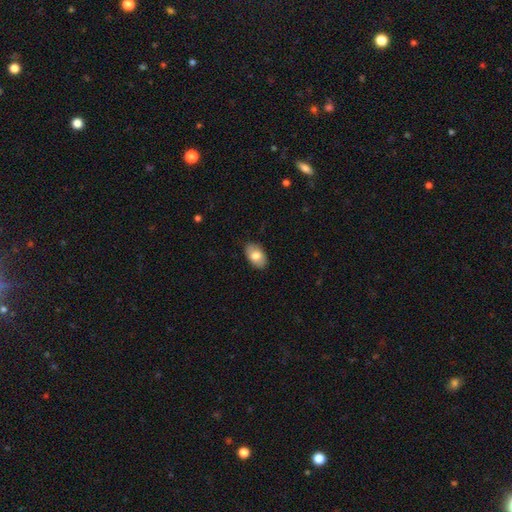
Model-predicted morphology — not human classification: Overall: smooth (79%). How rounded: in between (92%). Merging: none (86%).